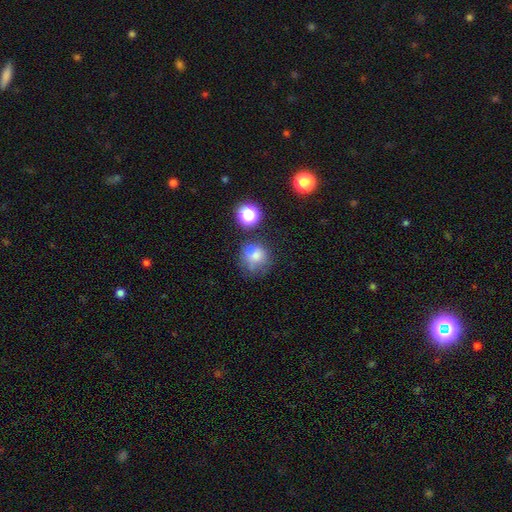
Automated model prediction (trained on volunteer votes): The model was most divided on "merging": none: 47%, minor disturbance: 21%, merger: 19%, major disturbance: 13%. More confident: how rounded — round (77%); smooth or featured — smooth (70%).